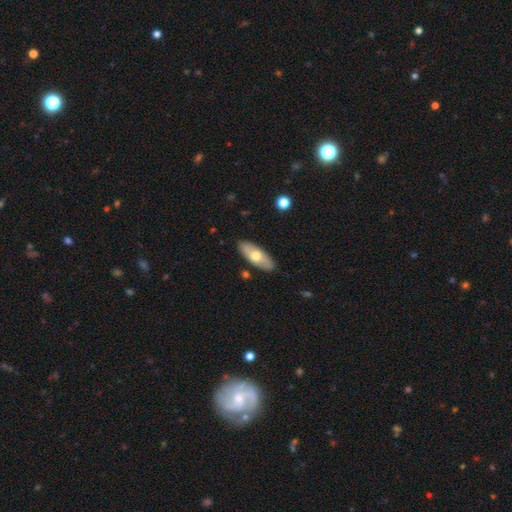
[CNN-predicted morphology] Overall: smooth (59%; featured or disk 36%). How rounded: in between (80%). Merging: none (87%).